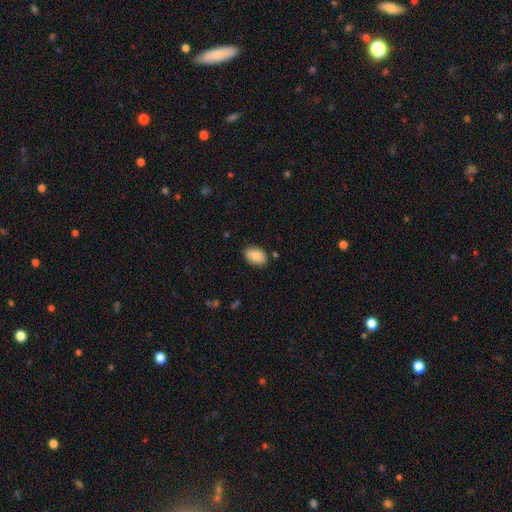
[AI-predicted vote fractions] smooth_or_featured: smooth (p=0.85) [alt: featured or disk p=0.08]
how_rounded: in between (p=0.89) [alt: round p=0.10]
merging: none (p=0.85) [alt: minor disturbance p=0.11]